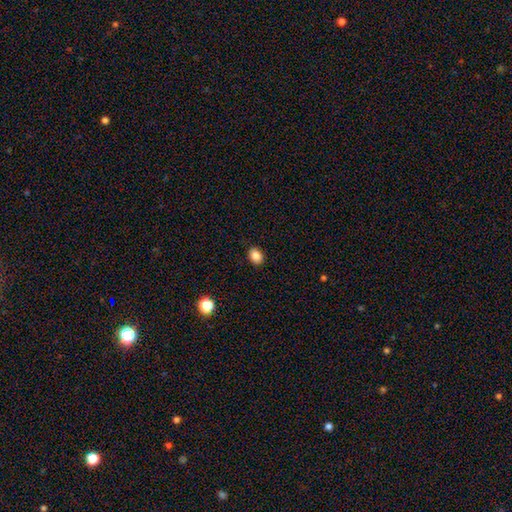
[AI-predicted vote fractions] The model was most divided on "how rounded": in between: 67%, round: 32%, cigar-shaped: 1%. More confident: merging — none (89%); smooth or featured — smooth (85%).